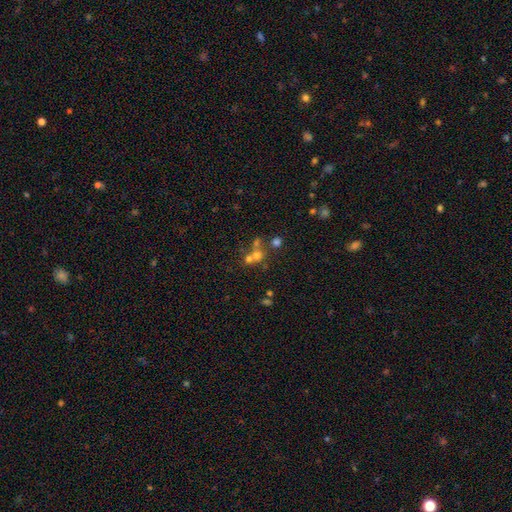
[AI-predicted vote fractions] smooth-or-featured: smooth: 47% | star or artifact: 33% | featured or disk: 20%
  merging: none: 48% | merger: 41% | minor disturbance: 7% | major disturbance: 5%